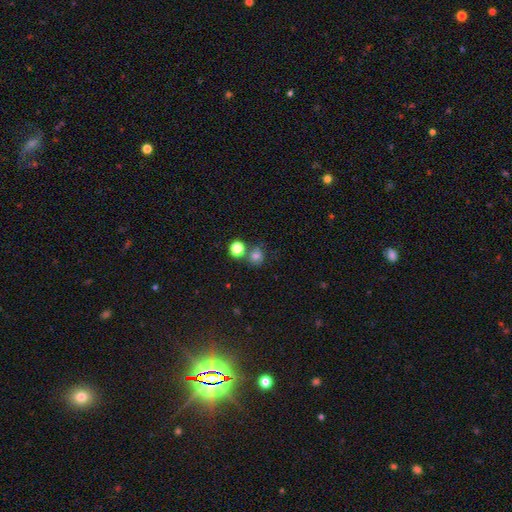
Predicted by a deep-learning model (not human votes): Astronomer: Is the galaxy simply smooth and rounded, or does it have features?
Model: smooth — 74%.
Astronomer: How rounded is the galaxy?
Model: round — 85%.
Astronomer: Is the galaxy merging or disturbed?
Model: none — 61%.